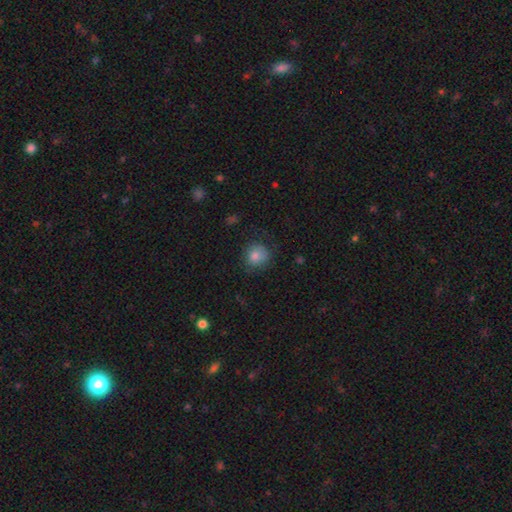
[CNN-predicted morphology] smooth 80%, star or artifact 10%, featured or disk 9%. Down the decision tree: how rounded — round (82%); merging — none (73%).